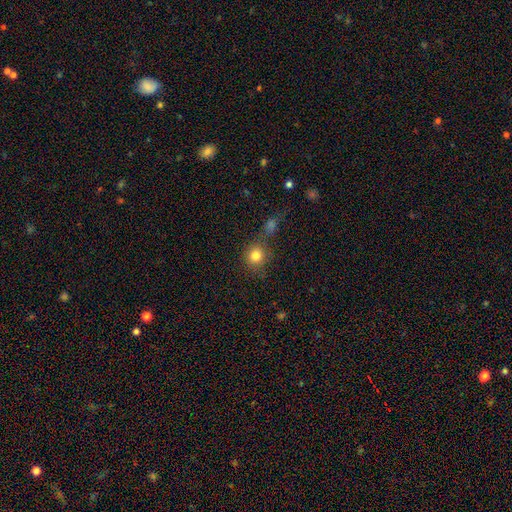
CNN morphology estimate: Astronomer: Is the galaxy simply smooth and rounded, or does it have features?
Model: smooth — 82%.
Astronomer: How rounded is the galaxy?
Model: round — 88%.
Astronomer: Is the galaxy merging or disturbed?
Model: none — 66%.